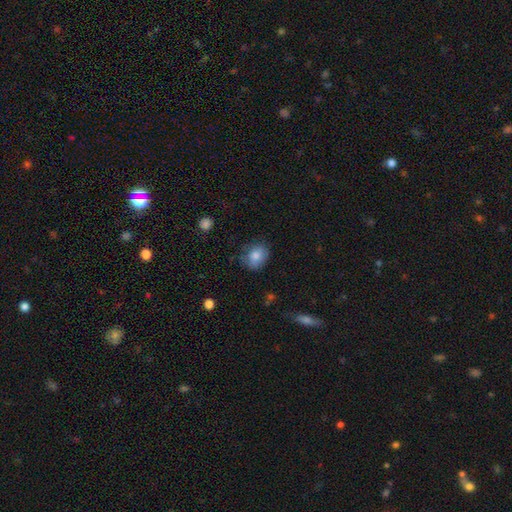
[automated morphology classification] Smooth or featured? smooth (82%)
How rounded? round (50%)
Merging? none (71%)